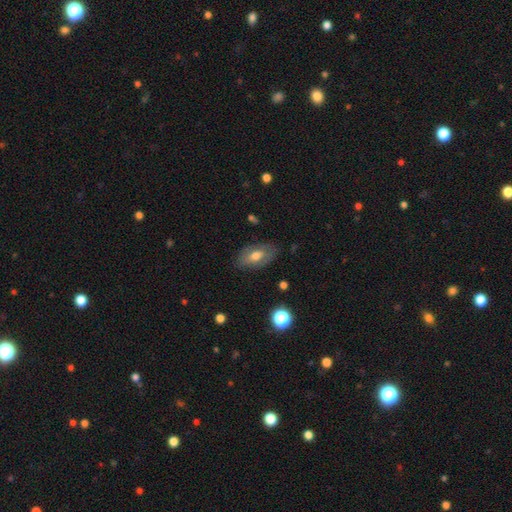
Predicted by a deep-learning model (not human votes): smooth 53%, featured or disk 39%, star or artifact 8%. Down the decision tree: how rounded — in between (89%); merging — none (79%).